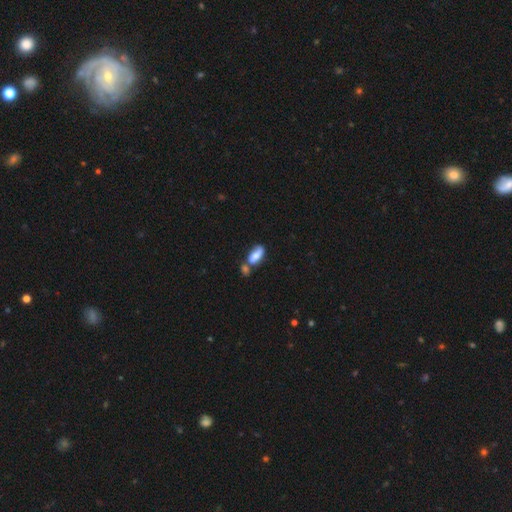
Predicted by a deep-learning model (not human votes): Smooth or featured?
  - smooth: 70% *
  - featured or disk: 23%
  - star or artifact: 7%
How rounded?
  - in between: 85% *
  - cigar-shaped: 12%
  - round: 3%
Merging?
  - merger: 42% *
  - none: 39%
  - minor disturbance: 14%
  - major disturbance: 5%